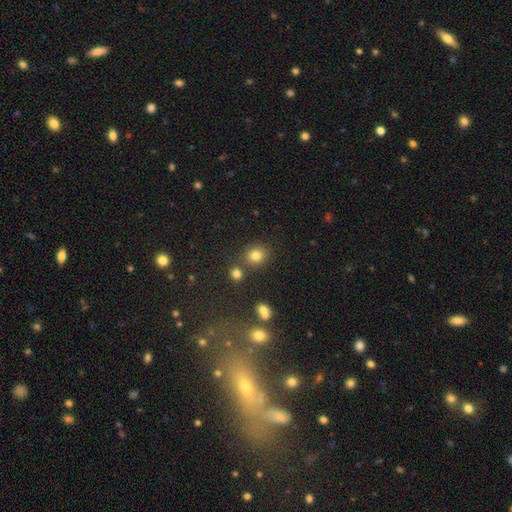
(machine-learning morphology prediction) smooth_or_featured: smooth (p=0.79) [alt: star or artifact p=0.14]
how_rounded: round (p=0.75) [alt: in between p=0.24]
merging: none (p=0.75) [alt: merger p=0.12]